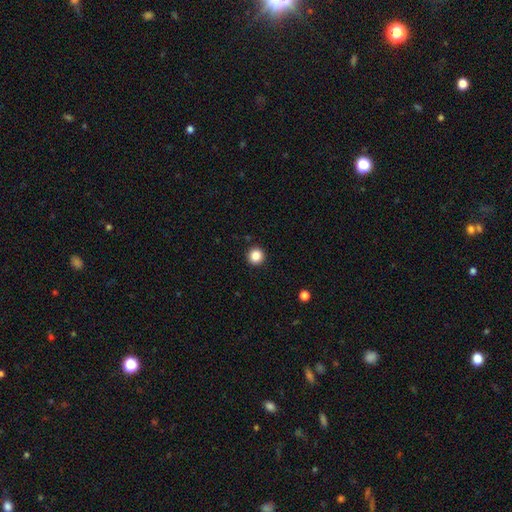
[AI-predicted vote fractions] smooth 86%, star or artifact 11%, featured or disk 3%. Down the decision tree: how rounded — round (95%); merging — none (93%).